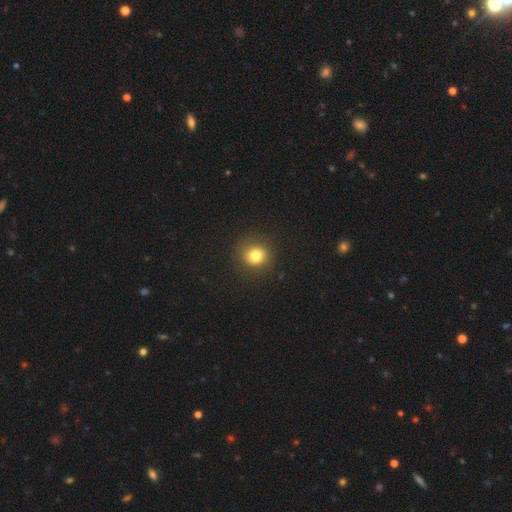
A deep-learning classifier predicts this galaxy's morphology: smooth_or_featured: smooth (p=0.80) [alt: star or artifact p=0.13]
how_rounded: round (p=0.88) [alt: in between p=0.11]
merging: none (p=0.87) [alt: minor disturbance p=0.08]